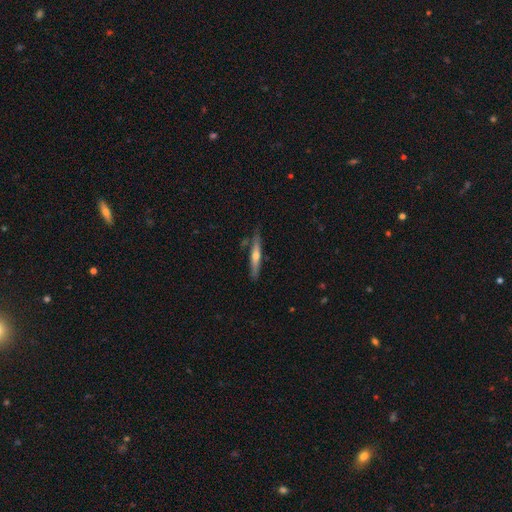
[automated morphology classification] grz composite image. It shows a featured or disk galaxy (57%) viewed edge-on (93%) with a rounded central bulge (82%). Merging: none (80%).